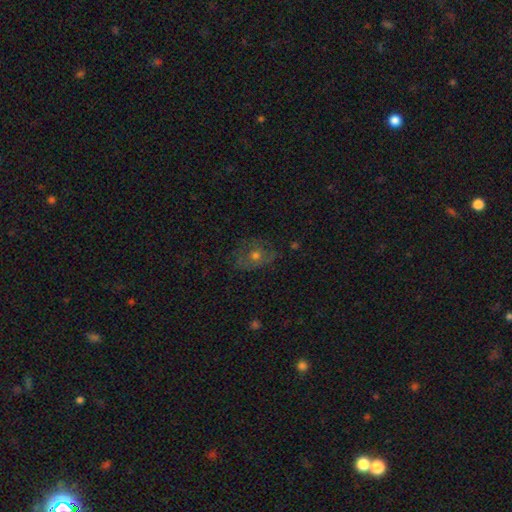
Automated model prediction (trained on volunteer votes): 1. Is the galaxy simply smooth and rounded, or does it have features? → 44% smooth, 38% featured or disk, 18% star or artifact.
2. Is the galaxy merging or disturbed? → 64% none, 22% minor disturbance, 12% major disturbance, 2% merger.